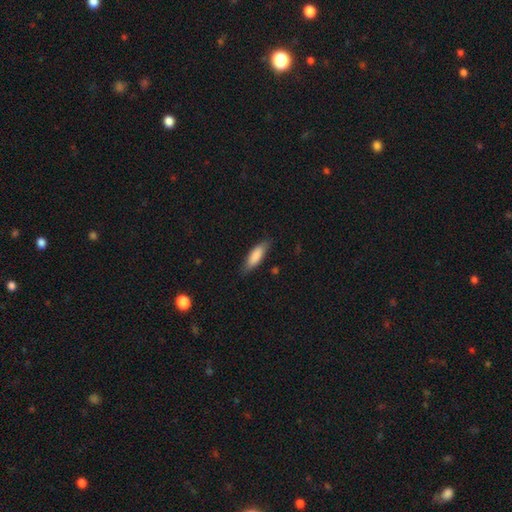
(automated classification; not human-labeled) Smooth or featured?
  - smooth: 83% *
  - featured or disk: 11%
  - star or artifact: 6%
How rounded?
  - cigar-shaped: 50% *
  - in between: 49%
  - round: 2%
Merging?
  - none: 80% *
  - minor disturbance: 16%
  - major disturbance: 3%
  - merger: 1%